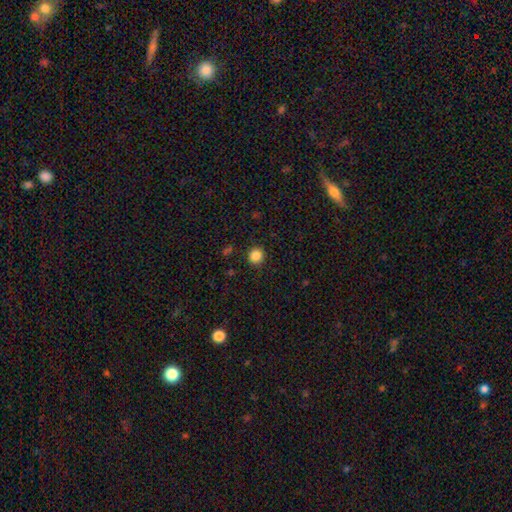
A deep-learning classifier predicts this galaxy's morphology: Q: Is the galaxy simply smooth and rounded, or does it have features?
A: smooth — 85%.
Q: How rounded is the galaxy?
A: round — 90%.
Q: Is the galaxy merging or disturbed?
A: none — 90%.